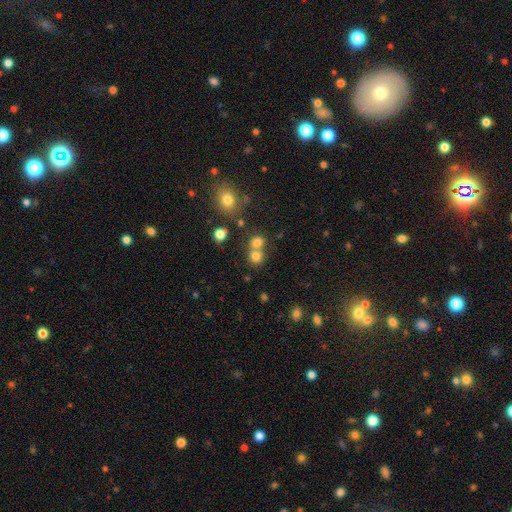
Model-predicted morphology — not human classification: smooth-or-featured: smooth: 74% | star or artifact: 16% | featured or disk: 10%
  how-rounded: round: 81% | in between: 18% | cigar-shaped: 1%
  merging: none: 46% | merger: 44% | minor disturbance: 6% | major disturbance: 3%